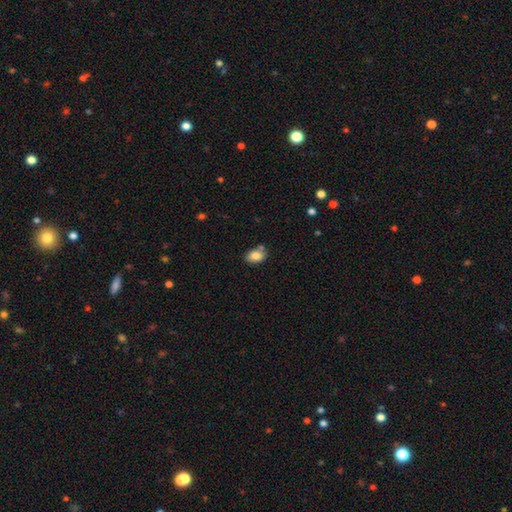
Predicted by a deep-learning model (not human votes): Smooth or featured? smooth (83%)
How rounded? in between (85%)
Merging? none (66%)